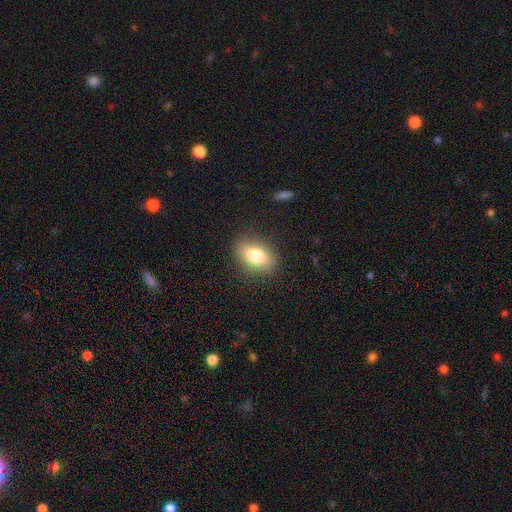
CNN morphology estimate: Smooth or featured?
  - smooth: 80% *
  - featured or disk: 11%
  - star or artifact: 8%
How rounded?
  - in between: 82% *
  - round: 15%
  - cigar-shaped: 2%
Merging?
  - none: 85% *
  - minor disturbance: 11%
  - major disturbance: 3%
  - merger: 1%